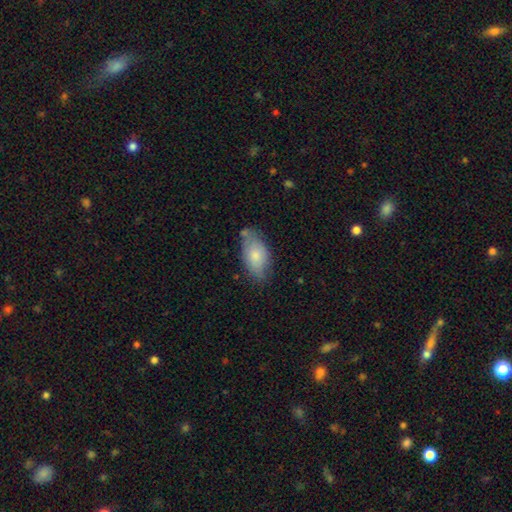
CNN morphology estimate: Q: Smooth or featured?
A: smooth (75%); runner-up: featured or disk (18%)
Q: How rounded?
A: in between (92%); runner-up: cigar-shaped (4%)
Q: Merging?
A: none (64%); runner-up: minor disturbance (25%)